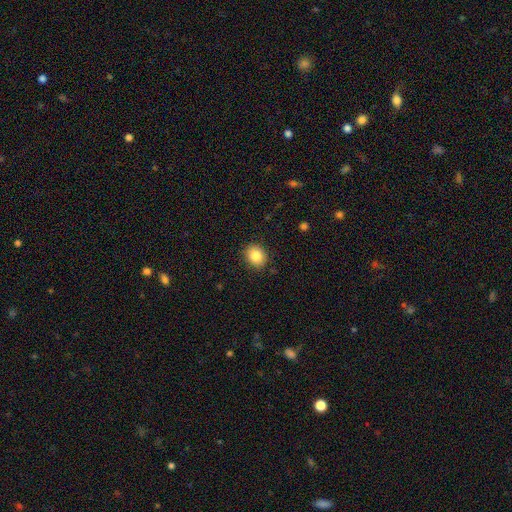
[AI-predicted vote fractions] A smooth galaxy with no disk features (85%) that is round (61%).

Vote fractions:
- Smooth or featured? smooth: 85% / star or artifact: 9% / featured or disk: 6%
- How rounded? round: 61% / in between: 38% / cigar-shaped: 1%
- Merging? none: 88% / minor disturbance: 8% / major disturbance: 2% / merger: 1%